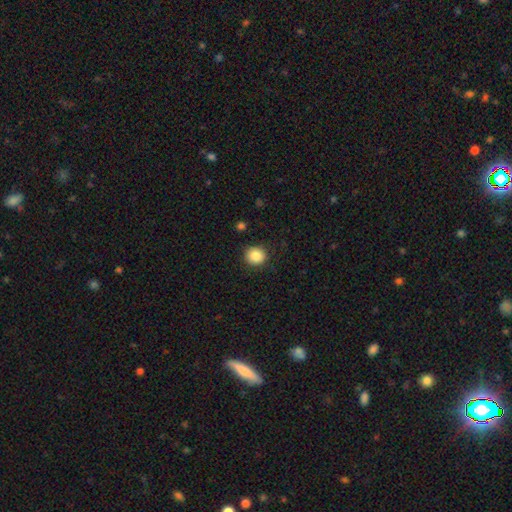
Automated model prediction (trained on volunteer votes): Q: Smooth or featured?
A: smooth (87%); runner-up: star or artifact (9%)
Q: How rounded?
A: round (87%); runner-up: in between (12%)
Q: Merging?
A: none (89%); runner-up: minor disturbance (7%)